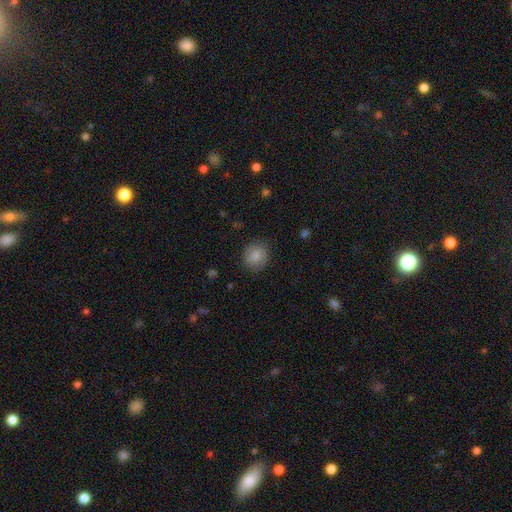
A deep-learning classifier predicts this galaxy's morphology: Smooth or featured? smooth (85%)
How rounded? round (80%)
Merging? none (86%)